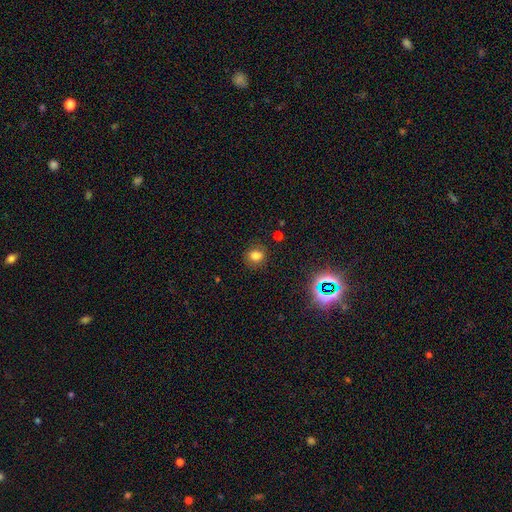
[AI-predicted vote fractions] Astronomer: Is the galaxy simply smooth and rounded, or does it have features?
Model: smooth — 78%.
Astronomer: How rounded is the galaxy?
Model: round — 67%.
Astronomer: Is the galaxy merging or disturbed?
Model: none — 84%.